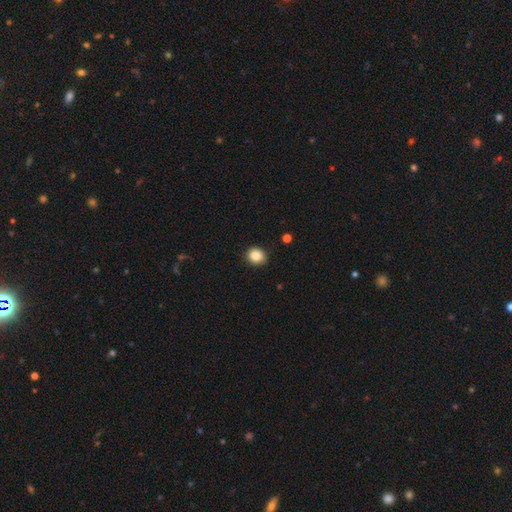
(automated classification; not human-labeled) Q: Smooth or featured?
A: smooth (85%); runner-up: star or artifact (10%)
Q: How rounded?
A: round (74%); runner-up: in between (25%)
Q: Merging?
A: none (86%); runner-up: minor disturbance (10%)